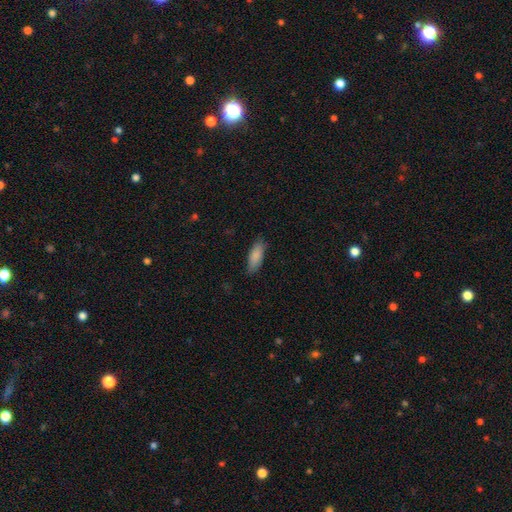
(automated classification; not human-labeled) A smooth galaxy with no disk features (87%) that is in between round and cigar-shaped (72%). Merging: none (80%).